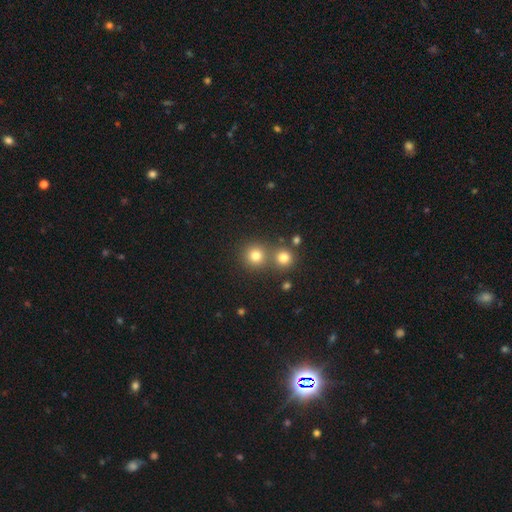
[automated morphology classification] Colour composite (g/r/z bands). It shows a smooth galaxy with no disk features (78%) that is round (92%). Merging: none (68%).